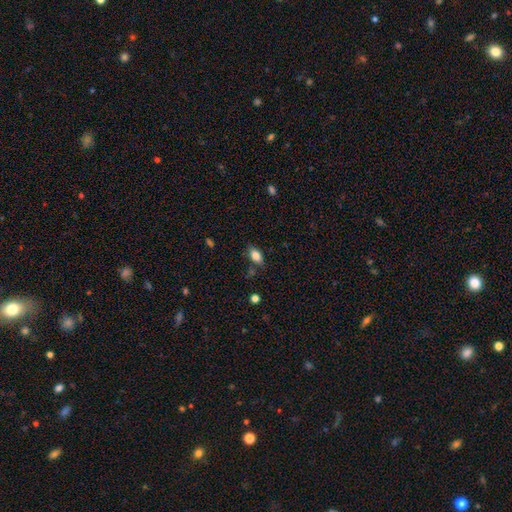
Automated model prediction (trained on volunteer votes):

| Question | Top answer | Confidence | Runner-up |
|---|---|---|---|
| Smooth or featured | smooth | 82% | featured or disk (9%) |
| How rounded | in between | 88% | round (7%) |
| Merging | none | 78% | minor disturbance (15%) |